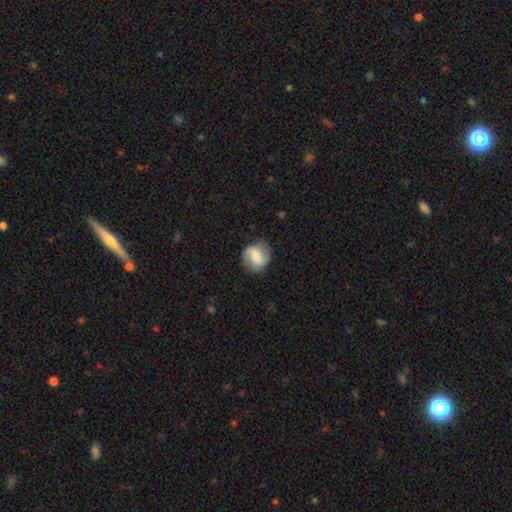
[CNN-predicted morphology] Smooth or featured?
  - featured or disk: 56% *
  - smooth: 37%
  - star or artifact: 7%
Edge-on disk?
  - no: 97% *
  - yes: 3%
Bar?
  - weak: 45% *
  - no: 30%
  - strong: 24%
Spiral arms?
  - yes: 88% *
  - no: 12%
Bulge size?
  - moderate: 43% *
  - small: 40%
  - none: 8%
  - large: 7%
  - dominant: 2%
Merging?
  - none: 80% *
  - minor disturbance: 14%
  - major disturbance: 5%
  - merger: 1%